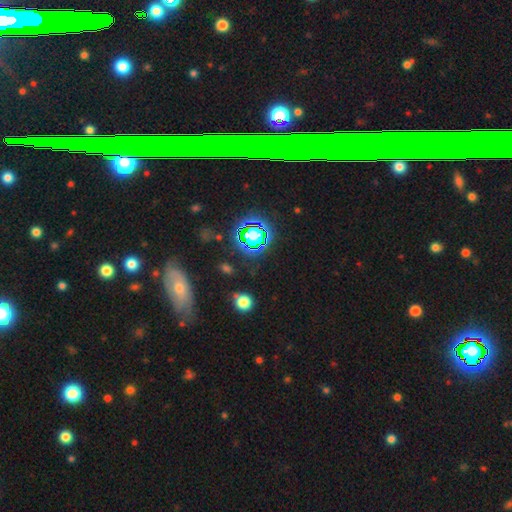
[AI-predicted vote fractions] smooth_or_featured: star or artifact (p=0.53) [alt: smooth p=0.24]